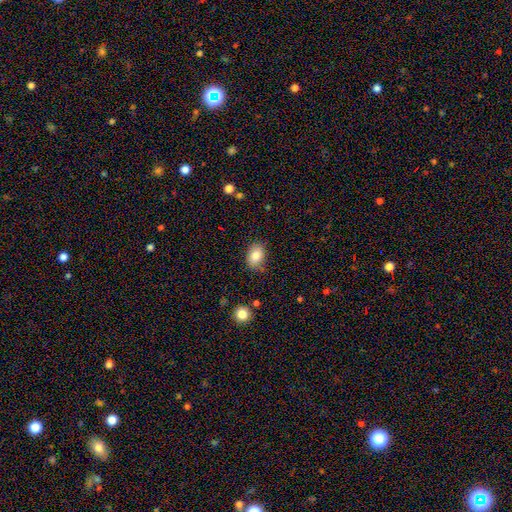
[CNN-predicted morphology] Q: Smooth or featured?
A: smooth (83%); runner-up: star or artifact (8%)
Q: How rounded?
A: in between (78%); runner-up: round (21%)
Q: Merging?
A: none (80%); runner-up: minor disturbance (15%)